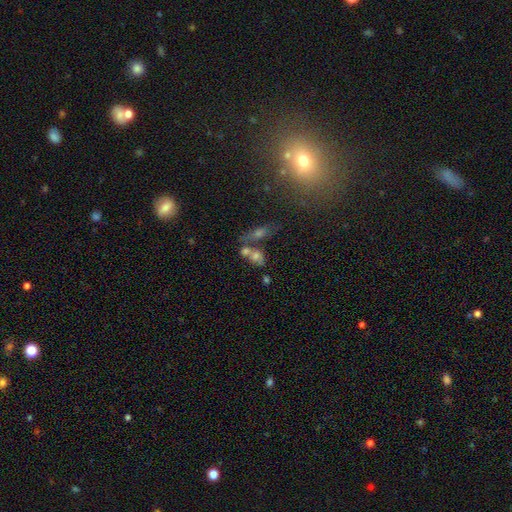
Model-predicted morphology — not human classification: smooth 57%, featured or disk 25%, star or artifact 18%. Down the decision tree: how rounded — in between (65%); merging — merger (53%).